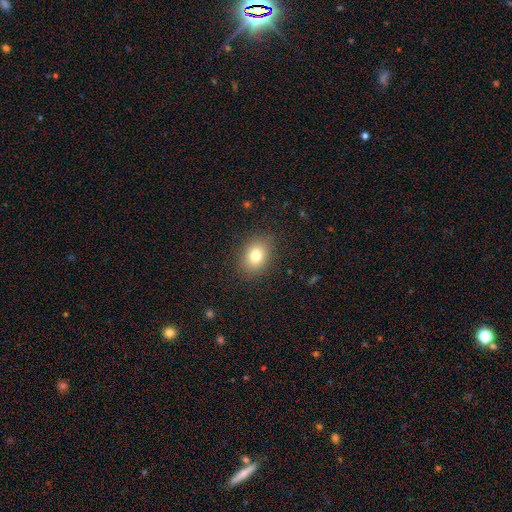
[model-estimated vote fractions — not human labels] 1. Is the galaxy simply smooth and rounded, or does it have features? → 78% smooth, 12% star or artifact, 10% featured or disk.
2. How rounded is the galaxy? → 61% in between, 38% round, 1% cigar-shaped.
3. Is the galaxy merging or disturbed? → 87% none, 9% minor disturbance, 3% major disturbance, 1% merger.